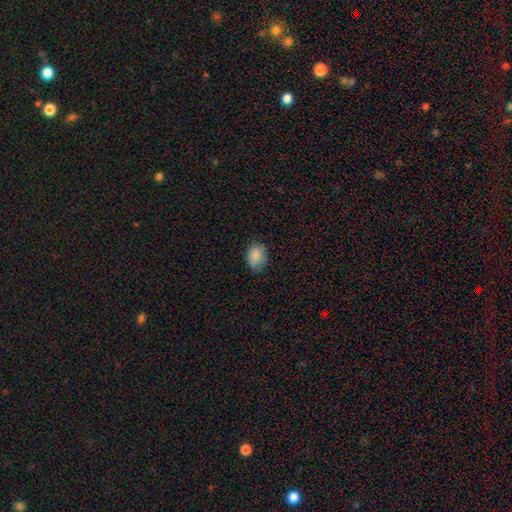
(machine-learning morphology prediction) Overall: smooth (87%). How rounded: in between (72%). Merging: none (70%).